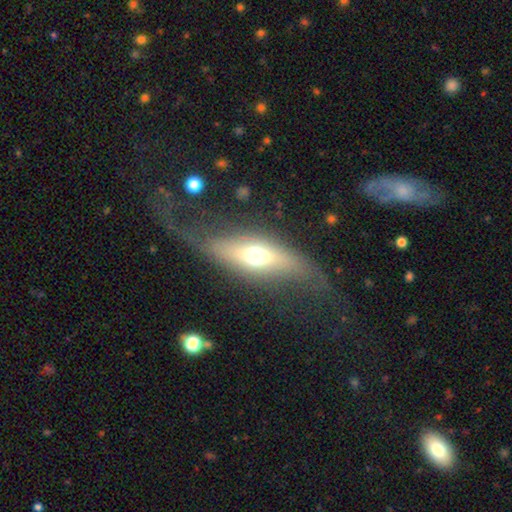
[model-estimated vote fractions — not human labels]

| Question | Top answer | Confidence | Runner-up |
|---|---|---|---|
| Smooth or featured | featured or disk | 47% | smooth (42%) |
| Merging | none | 65% | minor disturbance (17%) |